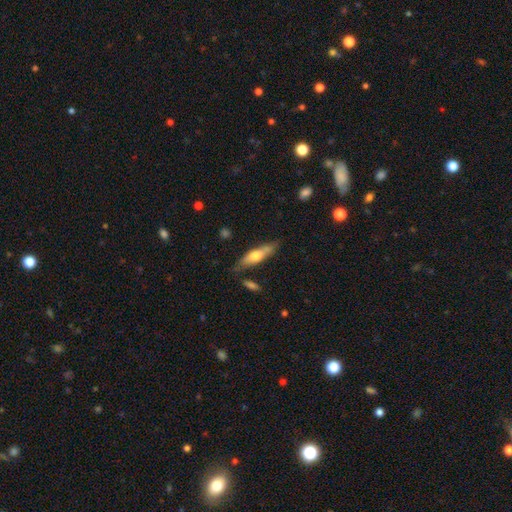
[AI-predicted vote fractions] This is possibly a smooth galaxy (53%). How rounded: likely cigar-shaped (69%). Merging: likely none (73%).